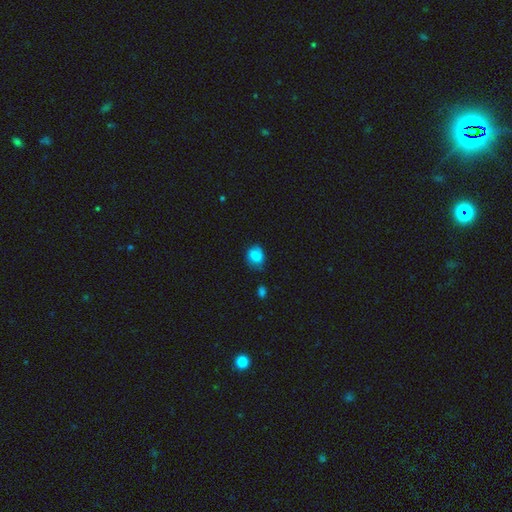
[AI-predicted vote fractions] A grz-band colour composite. It shows a smooth galaxy with no disk features (74%) that is in between round and cigar-shaped (54%). Merging: none (58%).